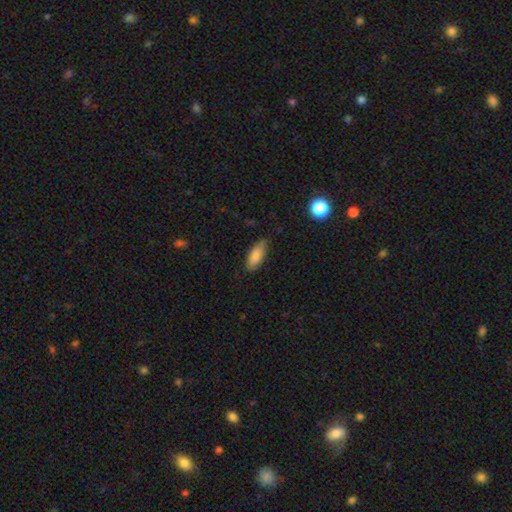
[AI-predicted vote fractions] Smooth or featured? smooth (84%)
How rounded? in between (77%)
Merging? none (80%)